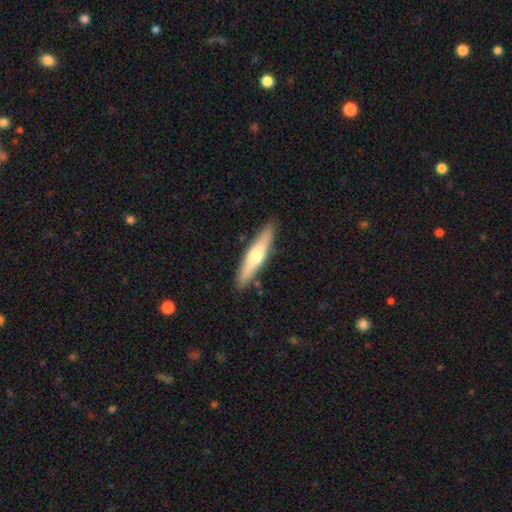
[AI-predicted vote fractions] A smooth galaxy with no disk features (51%) that is cigar-shaped (83%).

Vote fractions:
- Smooth or featured? smooth: 51% / featured or disk: 43% / star or artifact: 5%
- How rounded? cigar-shaped: 83% / in between: 16% / round: 2%
- Merging? none: 88% / minor disturbance: 9% / major disturbance: 2% / merger: 2%